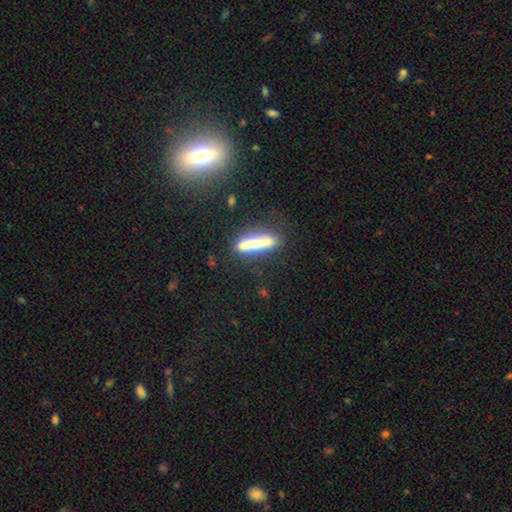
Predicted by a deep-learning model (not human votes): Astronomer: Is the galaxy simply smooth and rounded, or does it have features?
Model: smooth — 42% (runner-up: featured or disk, 32%).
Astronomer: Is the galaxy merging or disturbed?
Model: none — 80%.